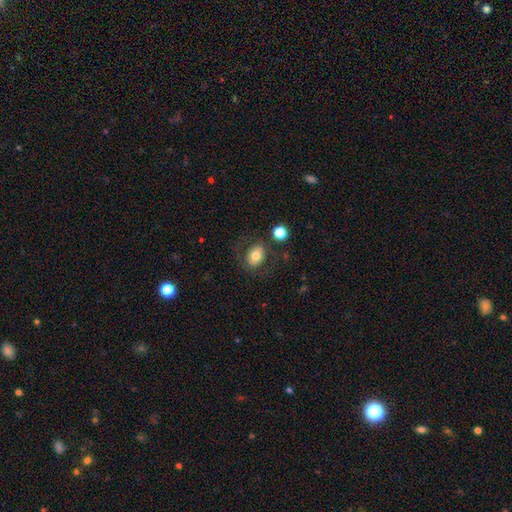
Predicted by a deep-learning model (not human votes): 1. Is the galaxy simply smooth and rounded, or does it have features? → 71% smooth, 21% featured or disk, 9% star or artifact.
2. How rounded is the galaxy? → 63% in between, 36% round, 1% cigar-shaped.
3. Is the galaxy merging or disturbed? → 72% none, 14% minor disturbance, 10% major disturbance, 5% merger.